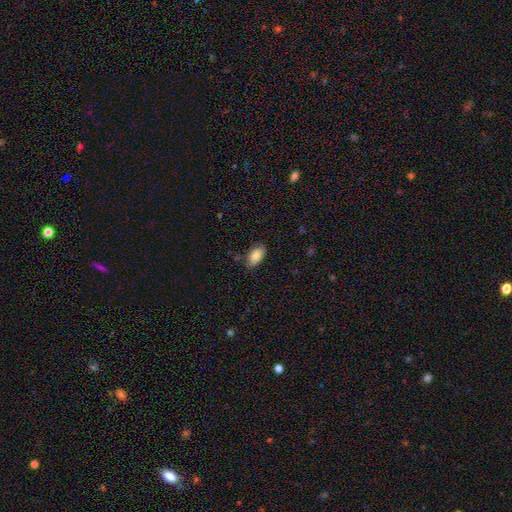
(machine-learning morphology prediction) The model was most divided on "merging": none: 77%, minor disturbance: 18%, major disturbance: 4%, merger: 1%. More confident: how rounded — in between (93%); smooth or featured — smooth (88%).